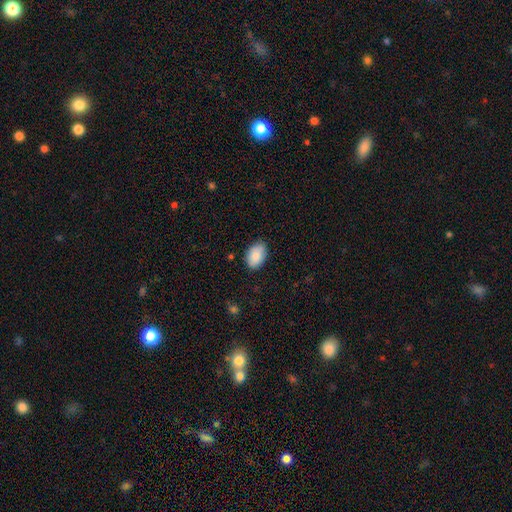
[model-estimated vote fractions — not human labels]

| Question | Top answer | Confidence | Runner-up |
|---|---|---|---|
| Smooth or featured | smooth | 85% | featured or disk (8%) |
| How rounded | in between | 89% | round (10%) |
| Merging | none | 83% | minor disturbance (14%) |